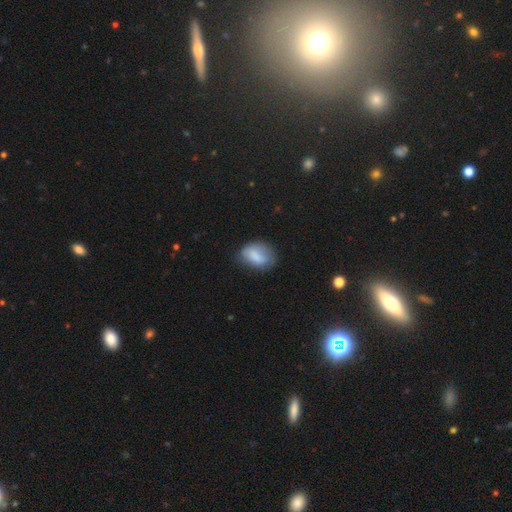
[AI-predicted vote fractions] Smooth or featured? Predicted: smooth (p=0.76). How rounded? Predicted: in between (p=0.79). Merging? Predicted: none (p=0.57).